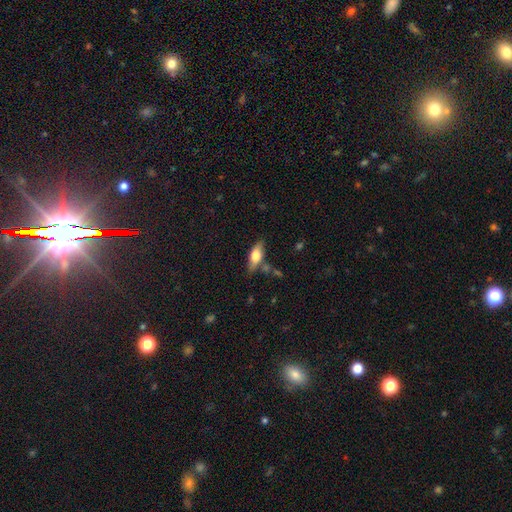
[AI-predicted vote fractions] The model was most divided on "smooth or featured": smooth: 58%, featured or disk: 35%, star or artifact: 7%. More confident: how rounded — in between (70%); merging — none (70%).